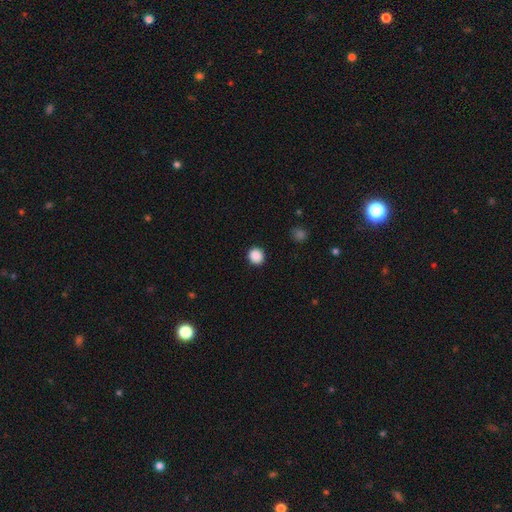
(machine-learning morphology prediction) This appears to be a smooth galaxy with no disk features (88%) that is round (88%). Merging: none (92%).